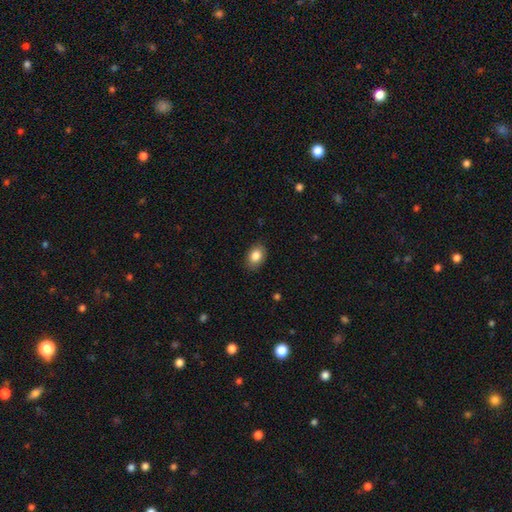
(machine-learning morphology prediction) The model was most divided on "how rounded": in between: 78%, round: 20%, cigar-shaped: 1%. More confident: merging — none (86%); smooth or featured — smooth (85%).